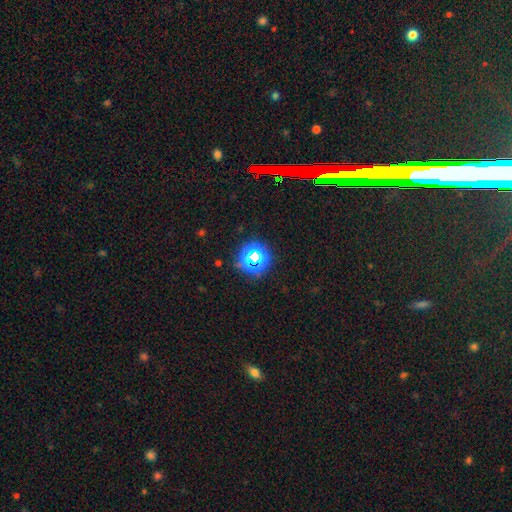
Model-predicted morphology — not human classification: smooth_or_featured: star or artifact (p=0.63) [alt: smooth p=0.27]